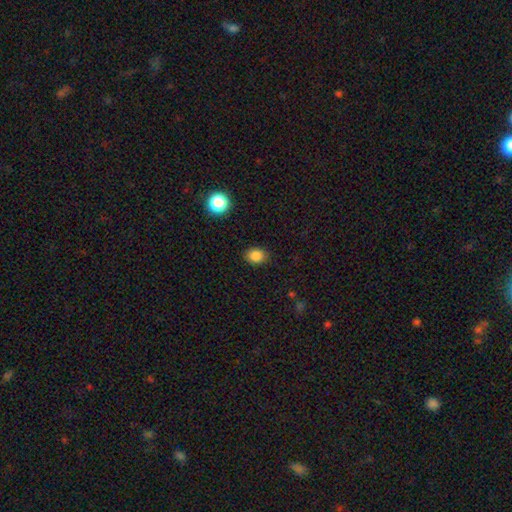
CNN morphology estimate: The model was most divided on "how rounded": round: 51%, in between: 48%, cigar-shaped: 1%. More confident: merging — none (88%); smooth or featured — smooth (85%).